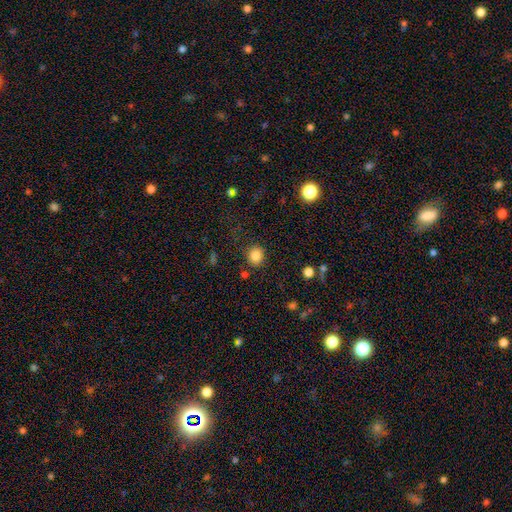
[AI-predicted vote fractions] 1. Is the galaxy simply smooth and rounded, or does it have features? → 83% smooth, 11% star or artifact, 5% featured or disk.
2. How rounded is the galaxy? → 83% round, 16% in between, 1% cigar-shaped.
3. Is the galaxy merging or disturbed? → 86% none, 8% minor disturbance, 3% major disturbance, 3% merger.